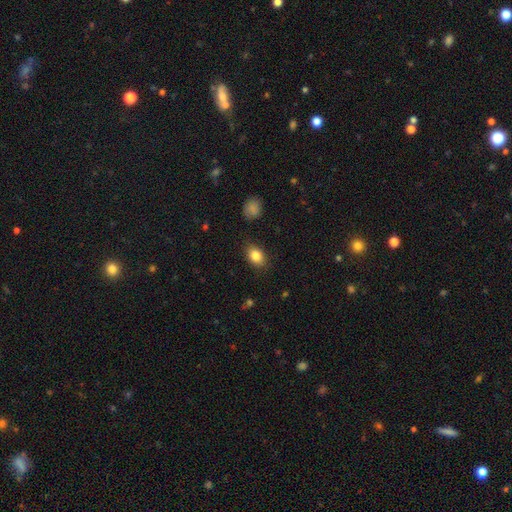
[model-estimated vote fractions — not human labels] Smooth or featured? Predicted: smooth (p=0.84). How rounded? Predicted: in between (p=0.76). Merging? Predicted: none (p=0.84).